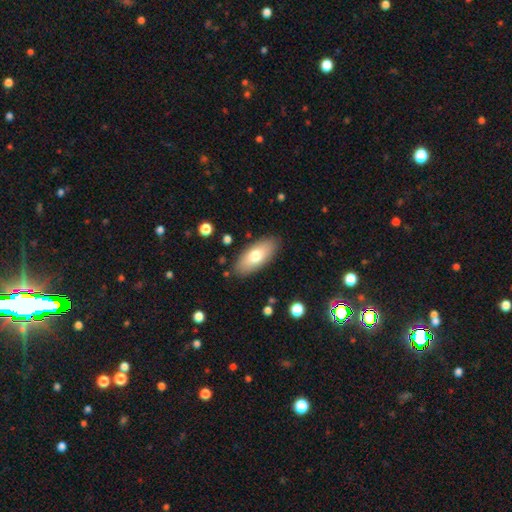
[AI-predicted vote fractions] Q: Smooth or featured?
A: smooth (71%); runner-up: featured or disk (23%)
Q: How rounded?
A: in between (85%); runner-up: cigar-shaped (13%)
Q: Merging?
A: none (86%); runner-up: minor disturbance (10%)